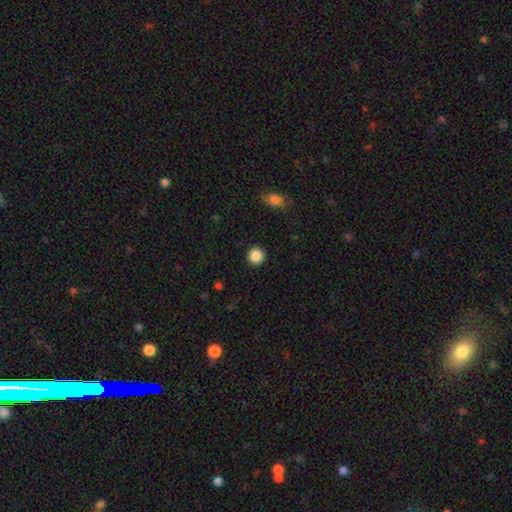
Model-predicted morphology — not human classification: Smooth or featured?
  - smooth: 88% *
  - star or artifact: 9%
  - featured or disk: 3%
How rounded?
  - round: 94% *
  - in between: 5%
  - cigar-shaped: 1%
Merging?
  - none: 92% *
  - minor disturbance: 5%
  - major disturbance: 2%
  - merger: 1%